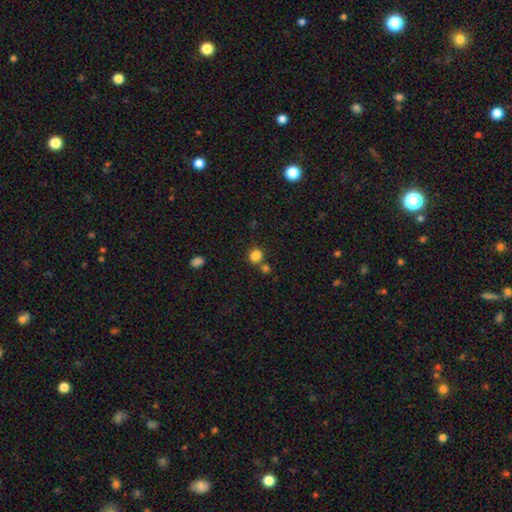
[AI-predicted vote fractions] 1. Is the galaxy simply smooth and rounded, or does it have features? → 84% smooth, 12% star or artifact, 4% featured or disk.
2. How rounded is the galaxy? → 80% round, 19% in between, 1% cigar-shaped.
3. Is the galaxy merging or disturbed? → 67% none, 19% merger, 10% minor disturbance, 4% major disturbance.